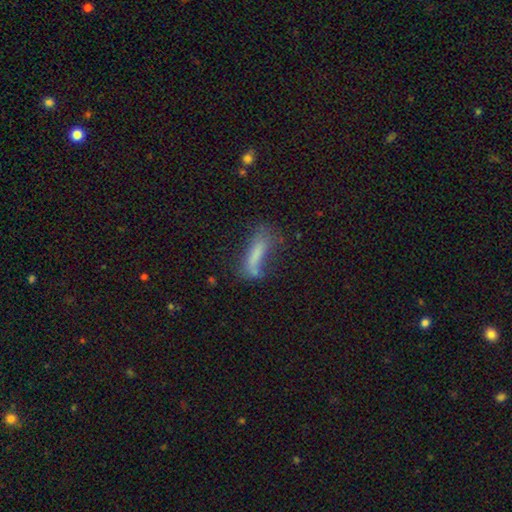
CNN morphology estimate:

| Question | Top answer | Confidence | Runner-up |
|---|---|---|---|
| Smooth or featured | smooth | 65% | featured or disk (24%) |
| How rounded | cigar-shaped | 65% | in between (32%) |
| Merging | none | 40% | minor disturbance (26%) |